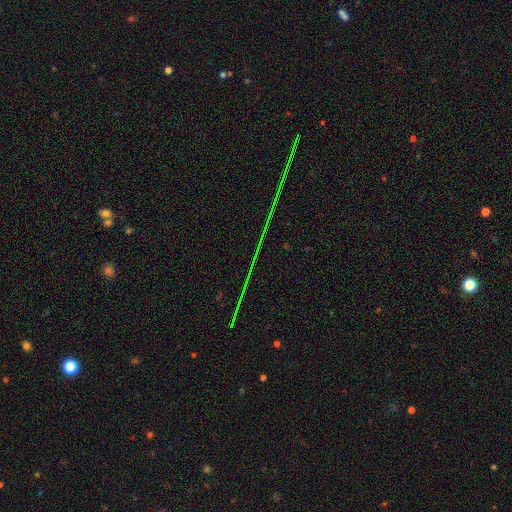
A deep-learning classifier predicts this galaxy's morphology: smooth-or-featured: star or artifact: 80% | featured or disk: 10% | smooth: 9%